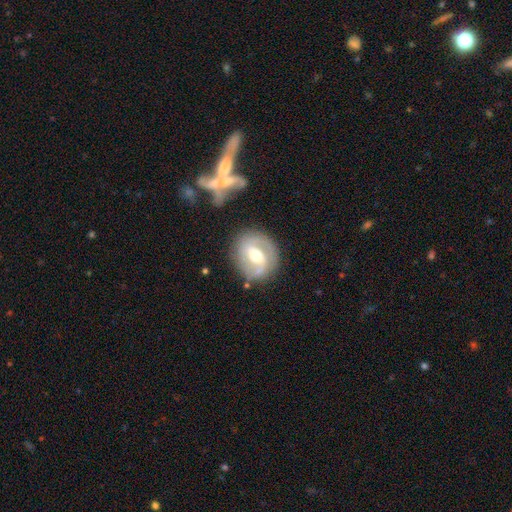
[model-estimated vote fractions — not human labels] Overall: featured or disk (72%). Edge-on disk: no (96%). Bar: weak (44%; strong 31%). Spiral arms: yes (82%). Spiral arm count: 2 (81%). Spiral winding: medium (44%; tight 35%). Bulge size: moderate (71%). Merging: none (76%).